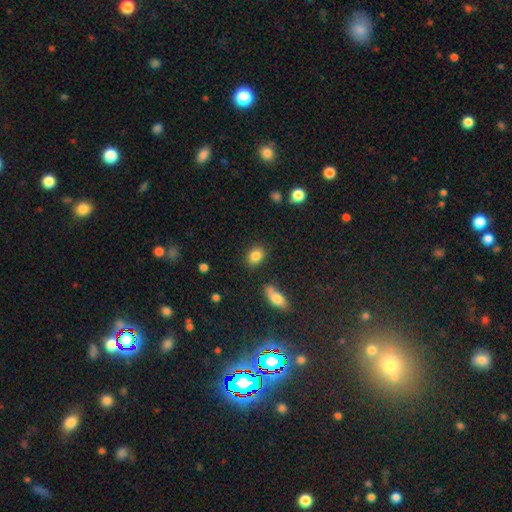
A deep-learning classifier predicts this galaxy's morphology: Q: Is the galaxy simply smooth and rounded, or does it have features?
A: smooth — 85%.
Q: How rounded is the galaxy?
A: in between — 57%.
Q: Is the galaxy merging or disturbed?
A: none — 83%.